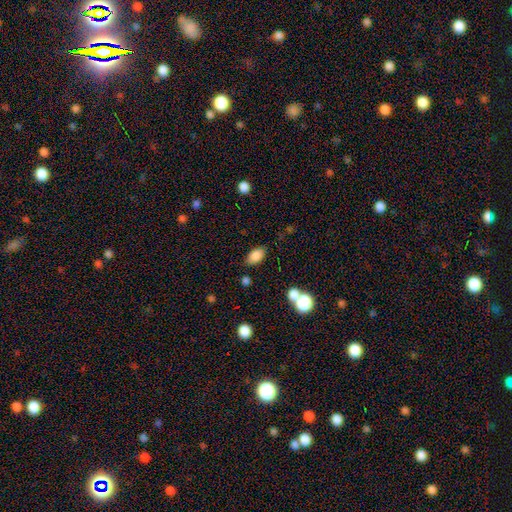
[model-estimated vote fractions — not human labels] This is clearly a smooth galaxy (85%). How rounded: clearly in between (90%). Merging: likely none (80%).